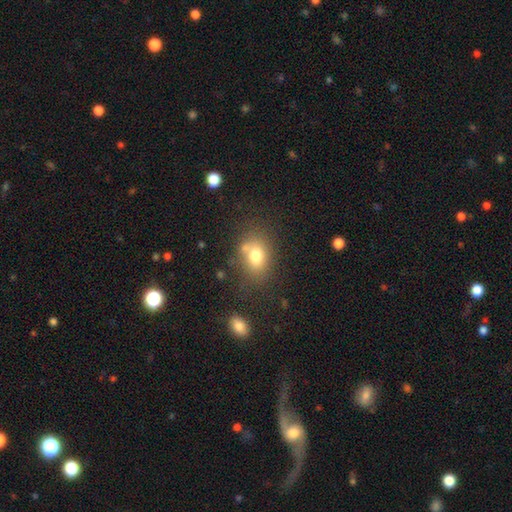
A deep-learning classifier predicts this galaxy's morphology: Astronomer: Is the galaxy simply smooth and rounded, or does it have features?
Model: smooth — 75%.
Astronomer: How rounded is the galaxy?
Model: in between — 64%.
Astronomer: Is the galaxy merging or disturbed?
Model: none — 64%.